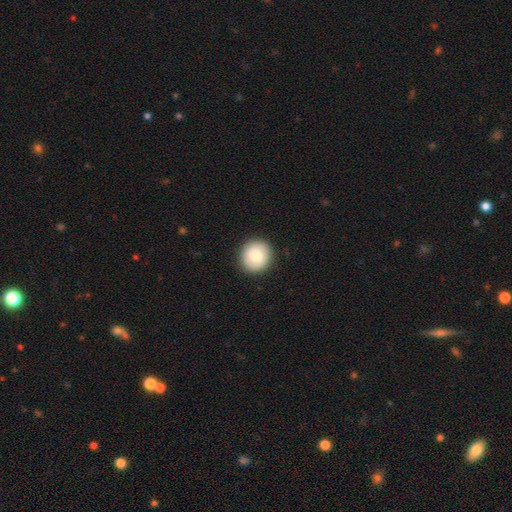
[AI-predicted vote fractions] smooth 81%, featured or disk 12%, star or artifact 7%. Down the decision tree: how rounded — round (89%); merging — none (91%).